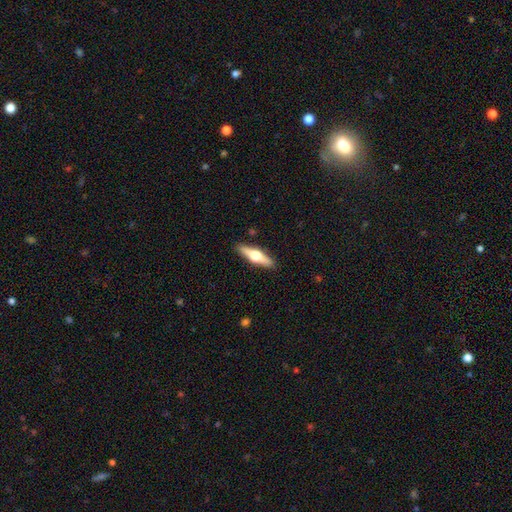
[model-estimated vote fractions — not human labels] Q: Smooth or featured?
A: featured or disk (57%); runner-up: smooth (38%)
Q: Edge-on disk?
A: yes (94%); runner-up: no (6%)
Q: Edge-on bulge?
A: rounded (95%); runner-up: boxy (3%)
Q: Merging?
A: none (90%); runner-up: minor disturbance (7%)